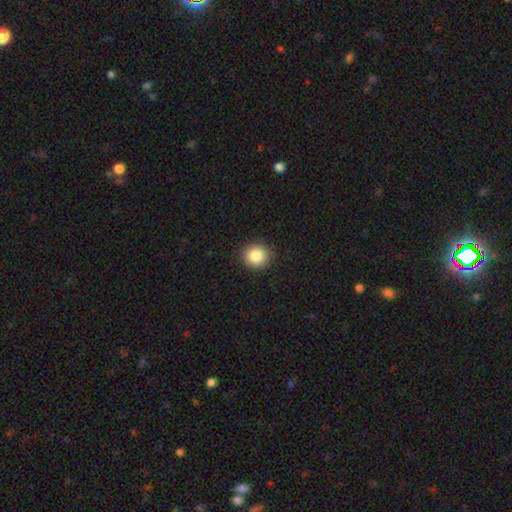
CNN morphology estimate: A smooth galaxy with no disk features (86%) that is round (86%).

Vote fractions:
- Smooth or featured? smooth: 86% / star or artifact: 9% / featured or disk: 4%
- How rounded? round: 86% / in between: 13% / cigar-shaped: 1%
- Merging? none: 91% / minor disturbance: 6% / major disturbance: 2% / merger: 1%